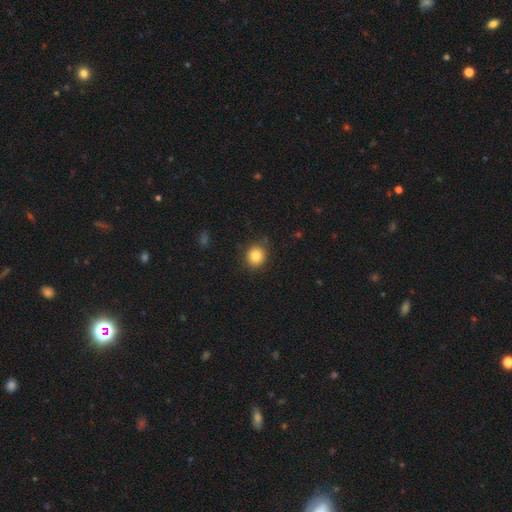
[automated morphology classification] Smooth or featured? Predicted: smooth (p=0.84). How rounded? Predicted: round (p=0.82). Merging? Predicted: none (p=0.85).